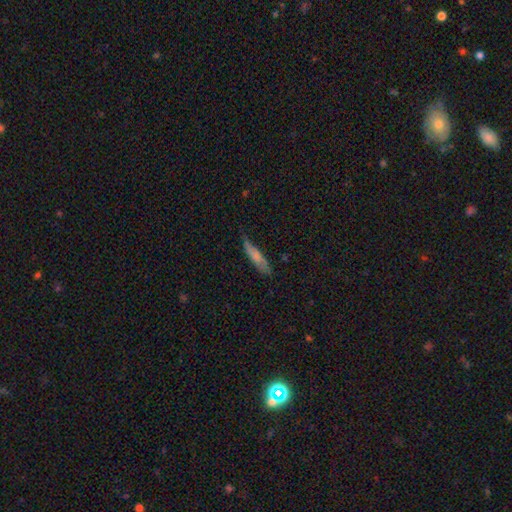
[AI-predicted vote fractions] smooth_or_featured: smooth (p=0.68) [alt: featured or disk p=0.26]
how_rounded: cigar-shaped (p=0.74) [alt: in between p=0.24]
merging: none (p=0.66) [alt: minor disturbance p=0.27]